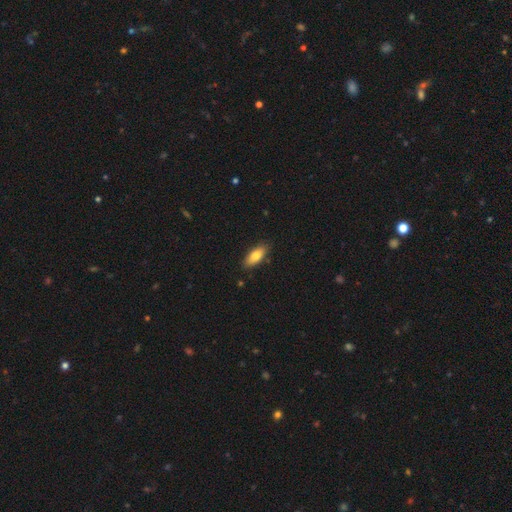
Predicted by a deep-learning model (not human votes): Smooth or featured?
  - smooth: 80% *
  - featured or disk: 14%
  - star or artifact: 6%
How rounded?
  - in between: 77% *
  - cigar-shaped: 21%
  - round: 2%
Merging?
  - none: 86% *
  - minor disturbance: 11%
  - major disturbance: 2%
  - merger: 1%